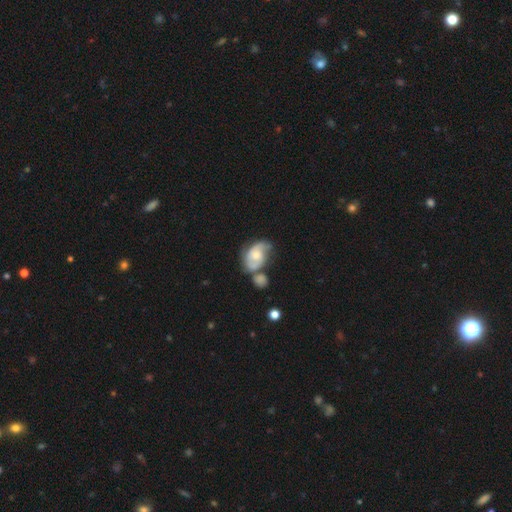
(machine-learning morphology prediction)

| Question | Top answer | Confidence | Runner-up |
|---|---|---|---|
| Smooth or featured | featured or disk | 68% | smooth (25%) |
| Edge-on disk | no | 97% | yes (3%) |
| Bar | no | 67% | weak (29%) |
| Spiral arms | yes | 88% | no (12%) |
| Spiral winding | medium | 46% | tight (27%) |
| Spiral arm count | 2 | 74% | can't tell (13%) |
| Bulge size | moderate | 54% | small (36%) |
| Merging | none | 36% | merger (28%) |